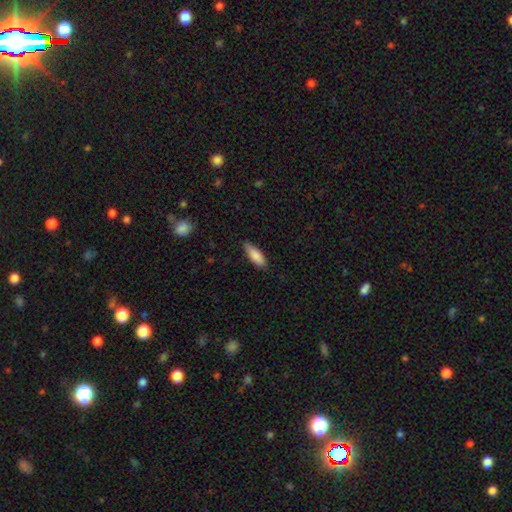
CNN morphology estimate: Q: Smooth or featured?
A: smooth (87%); runner-up: featured or disk (7%)
Q: How rounded?
A: in between (62%); runner-up: cigar-shaped (37%)
Q: Merging?
A: none (78%); runner-up: minor disturbance (18%)